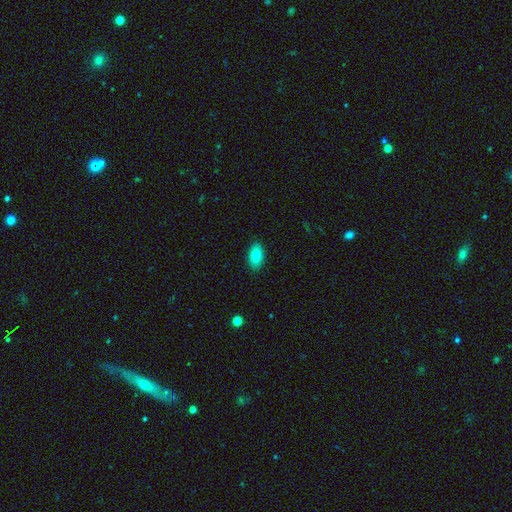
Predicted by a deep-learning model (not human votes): Smooth or featured?
  - smooth: 80% *
  - featured or disk: 12%
  - star or artifact: 8%
How rounded?
  - in between: 92% *
  - round: 5%
  - cigar-shaped: 3%
Merging?
  - none: 89% *
  - minor disturbance: 8%
  - major disturbance: 2%
  - merger: 1%